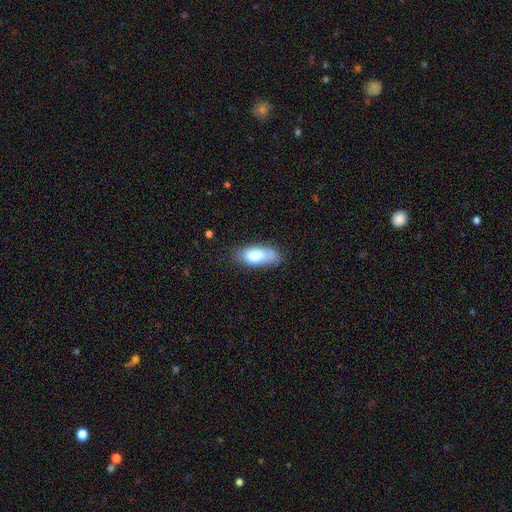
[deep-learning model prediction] The model was most divided on "merging": none: 56%, minor disturbance: 28%, major disturbance: 9%, merger: 7%. More confident: how rounded — in between (82%); smooth or featured — smooth (77%).